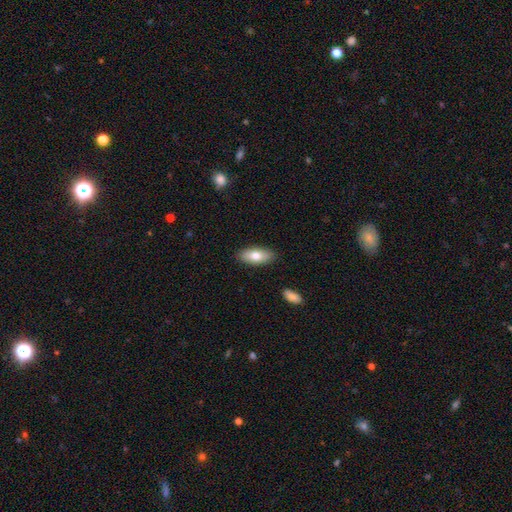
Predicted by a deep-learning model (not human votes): Morphology: type=smooth (75%); roundness=in between (87%); merging=none (88%).